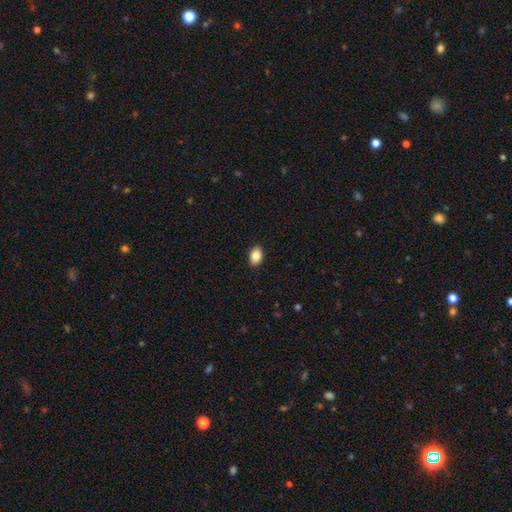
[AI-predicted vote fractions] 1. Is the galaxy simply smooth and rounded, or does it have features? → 88% smooth, 8% star or artifact, 4% featured or disk.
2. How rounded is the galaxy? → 85% in between, 14% round, 1% cigar-shaped.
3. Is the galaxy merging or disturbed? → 90% none, 8% minor disturbance, 2% major disturbance, 1% merger.